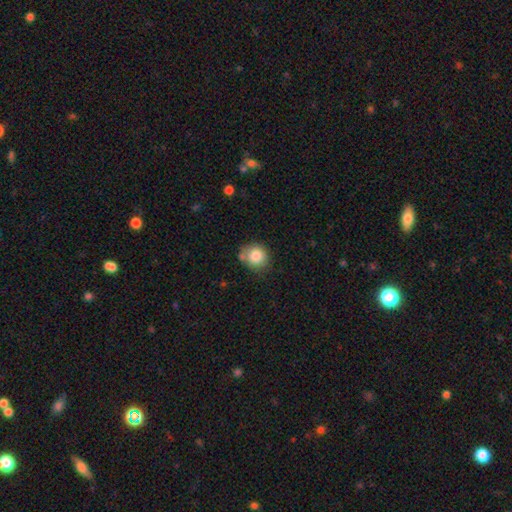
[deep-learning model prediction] smooth 83%, star or artifact 9%, featured or disk 8%. Down the decision tree: how rounded — round (82%); merging — none (67%).